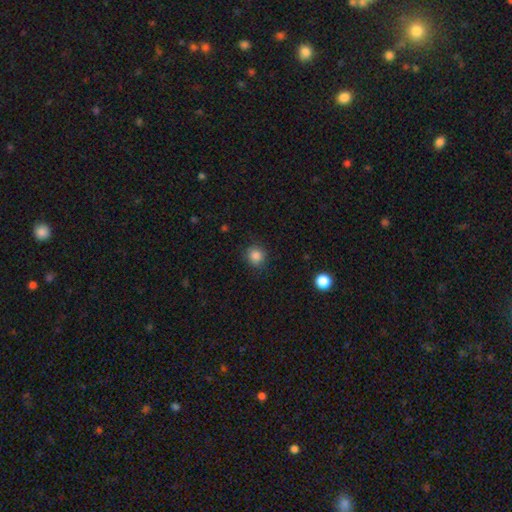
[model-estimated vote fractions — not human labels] Smooth or featured? smooth (85%)
How rounded? round (89%)
Merging? none (86%)